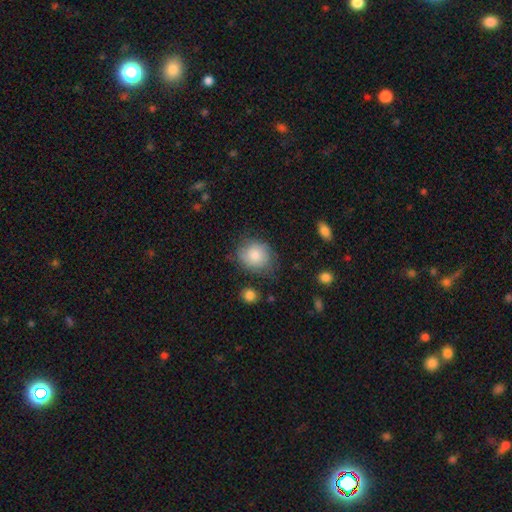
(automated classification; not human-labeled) smooth_or_featured: smooth (p=0.71) [alt: featured or disk p=0.17]
how_rounded: round (p=0.77) [alt: in between p=0.22]
merging: none (p=0.72) [alt: minor disturbance p=0.20]